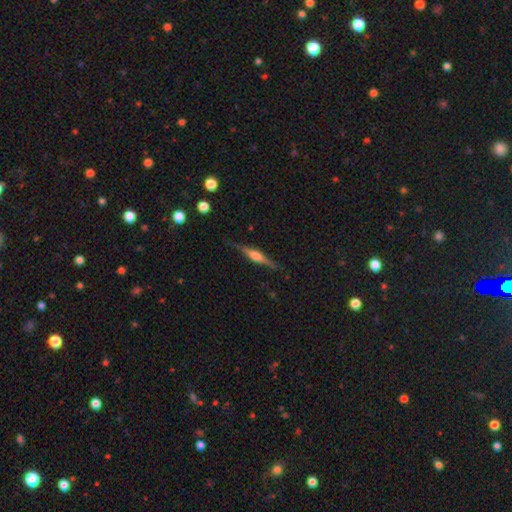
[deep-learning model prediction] Smooth or featured? featured or disk (74%)
Edge-on disk? yes (97%)
Edge-on bulge? rounded (83%)
Merging? none (85%)